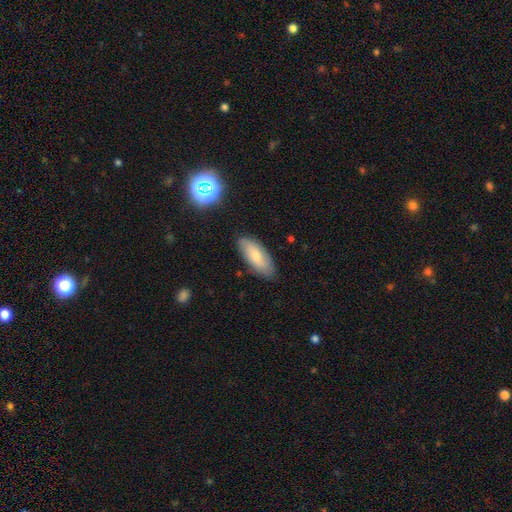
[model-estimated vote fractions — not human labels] Overall: smooth (66%; featured or disk 27%). How rounded: in between (82%). Merging: none (82%).